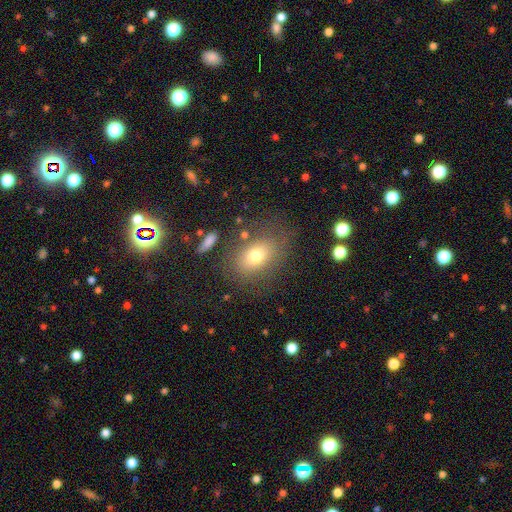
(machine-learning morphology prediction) The model was most divided on "how rounded": in between: 73%, round: 26%, cigar-shaped: 2%. More confident: merging — none (74%); smooth or featured — smooth (72%).